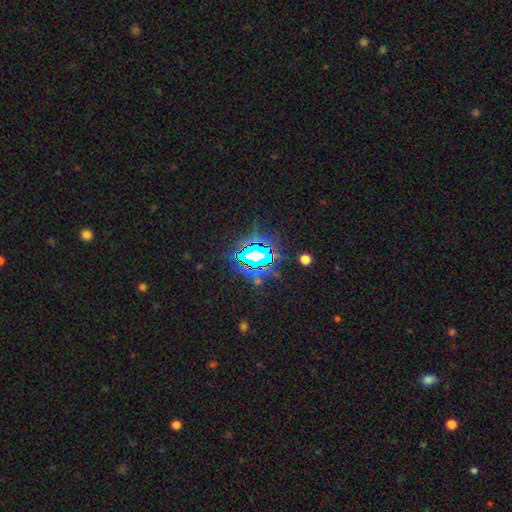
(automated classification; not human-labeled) This appears to be a star or artifact, not a galaxy (76%).